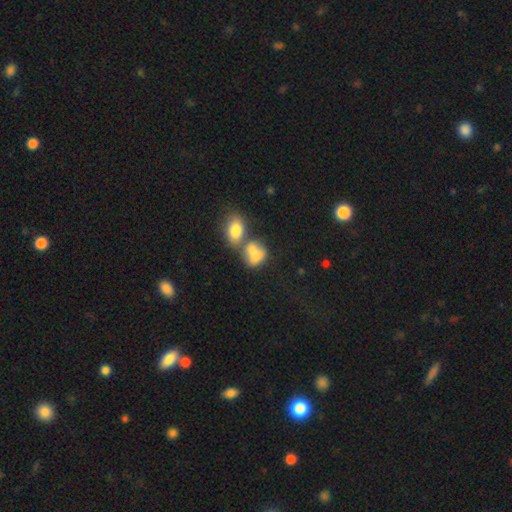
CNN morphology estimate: Smooth or featured: smooth — 75% (featured or disk — 16%)
How rounded: in between — 66% (round — 32%)
Merging: merger — 59% (none — 24%)